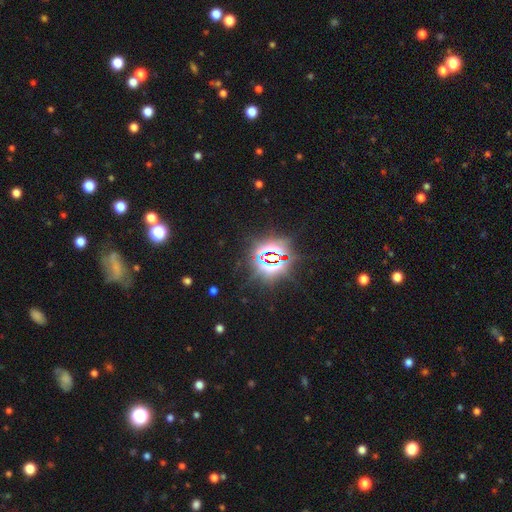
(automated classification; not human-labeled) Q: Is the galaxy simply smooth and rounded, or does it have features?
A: star or artifact — 82%.